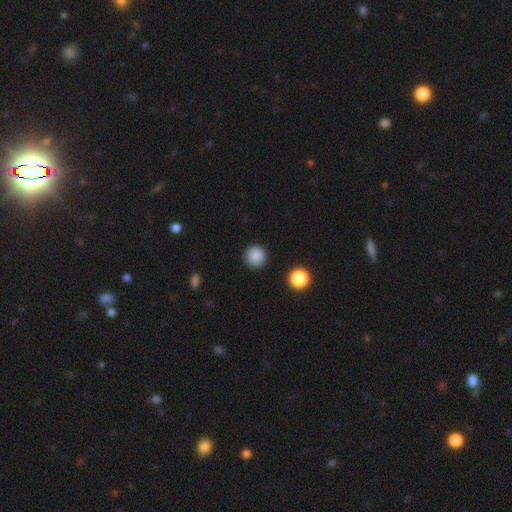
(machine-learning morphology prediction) This appears to be a smooth galaxy with no disk features (87%) that is round (95%). Merging: none (90%).